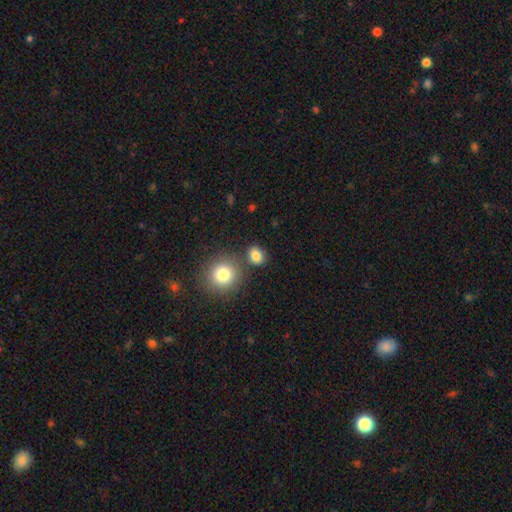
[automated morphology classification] smooth_or_featured: smooth (p=0.84) [alt: star or artifact p=0.11]
how_rounded: in between (p=0.54) [alt: round p=0.44]
merging: none (p=0.74) [alt: merger p=0.11]